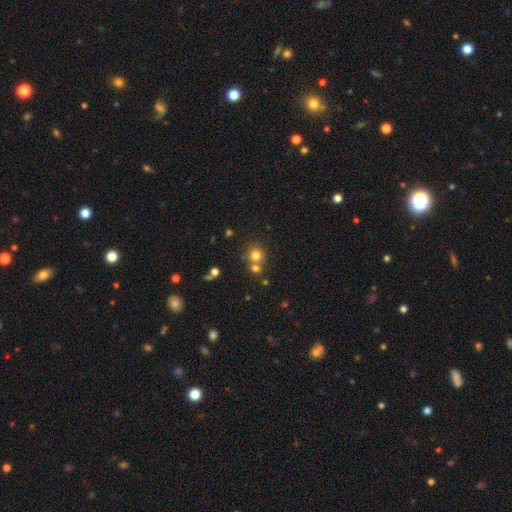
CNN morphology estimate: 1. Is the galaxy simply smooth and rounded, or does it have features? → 76% smooth, 14% star or artifact, 9% featured or disk.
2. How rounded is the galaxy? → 88% round, 11% in between, 1% cigar-shaped.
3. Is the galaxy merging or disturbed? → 58% none, 30% merger, 9% minor disturbance, 4% major disturbance.